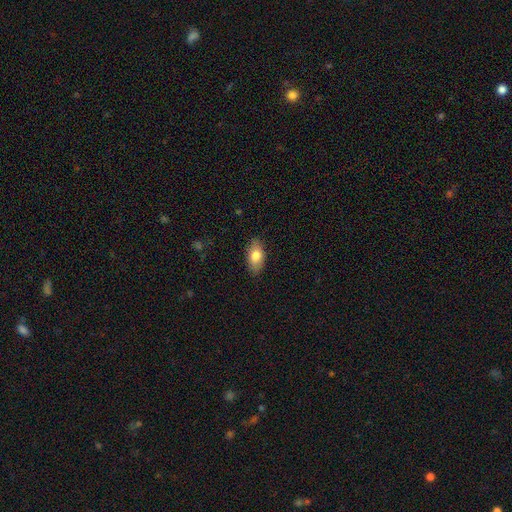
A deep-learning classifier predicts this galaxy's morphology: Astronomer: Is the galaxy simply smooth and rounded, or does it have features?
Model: smooth — 79%.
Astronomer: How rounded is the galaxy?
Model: in between — 91%.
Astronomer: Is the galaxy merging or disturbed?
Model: none — 85%.